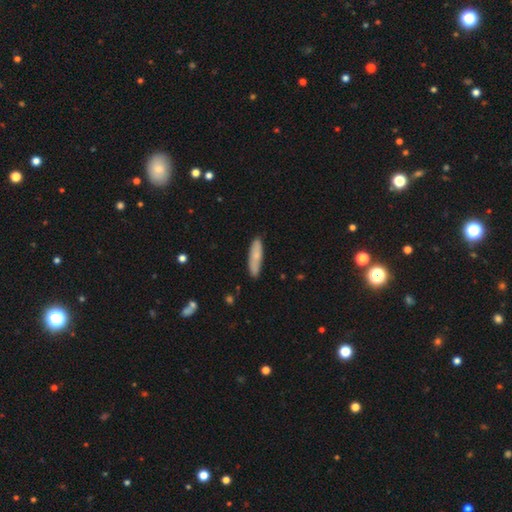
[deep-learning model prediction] smooth-or-featured: smooth: 76% | featured or disk: 18% | star or artifact: 6%
  how-rounded: cigar-shaped: 72% | in between: 26% | round: 2%
  merging: none: 84% | minor disturbance: 12% | major disturbance: 2% | merger: 2%